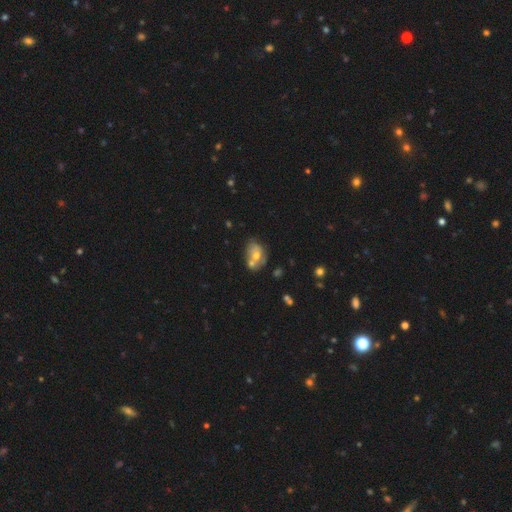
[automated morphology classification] smooth 48%, featured or disk 42%, star or artifact 11%. Down the decision tree: merging — merger (41%).